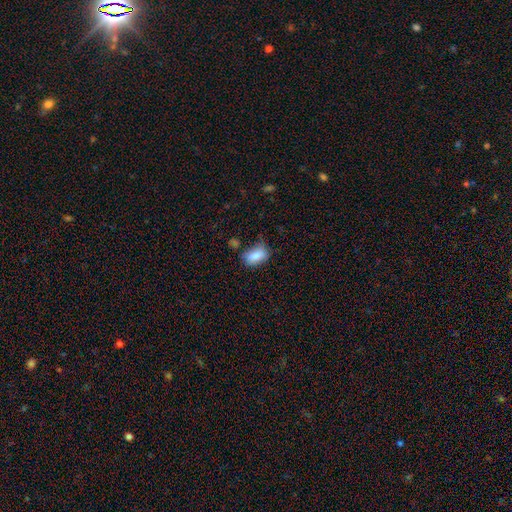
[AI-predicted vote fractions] smooth_or_featured: smooth (p=0.85) [alt: star or artifact p=0.08]
how_rounded: in between (p=0.89) [alt: round p=0.07]
merging: none (p=0.58) [alt: minor disturbance p=0.28]